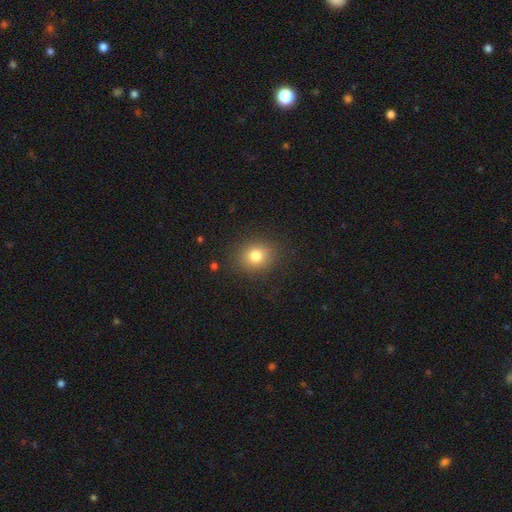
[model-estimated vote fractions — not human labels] Smooth or featured?
  - smooth: 79% *
  - star or artifact: 13%
  - featured or disk: 8%
How rounded?
  - round: 74% *
  - in between: 25%
  - cigar-shaped: 1%
Merging?
  - none: 87% *
  - minor disturbance: 9%
  - major disturbance: 3%
  - merger: 1%